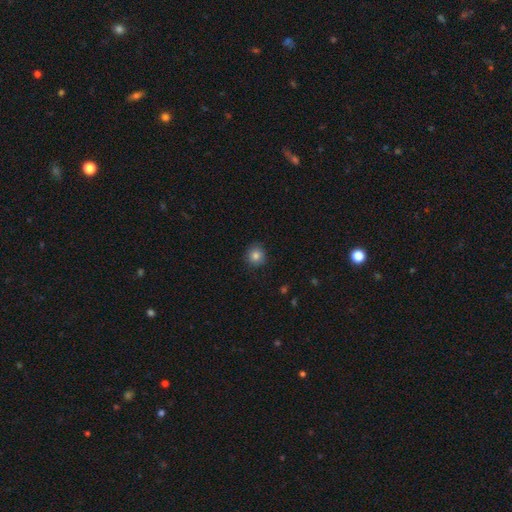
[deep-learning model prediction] This is clearly a smooth galaxy (83%). How rounded: clearly round (90%). Merging: clearly none (88%).